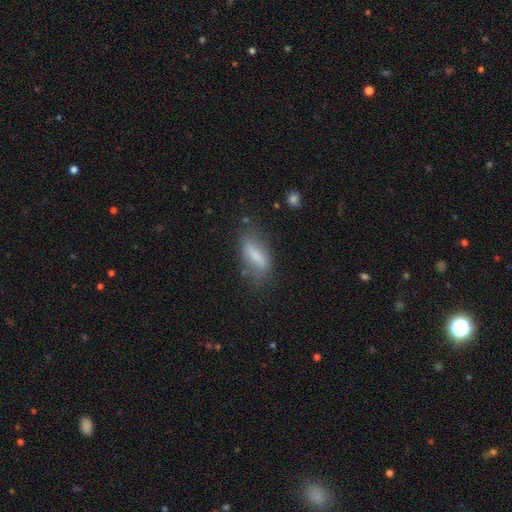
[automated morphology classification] Smooth or featured?
  - smooth: 68% *
  - featured or disk: 23%
  - star or artifact: 8%
How rounded?
  - in between: 66% *
  - cigar-shaped: 31%
  - round: 3%
Merging?
  - none: 64% *
  - minor disturbance: 23%
  - major disturbance: 10%
  - merger: 3%